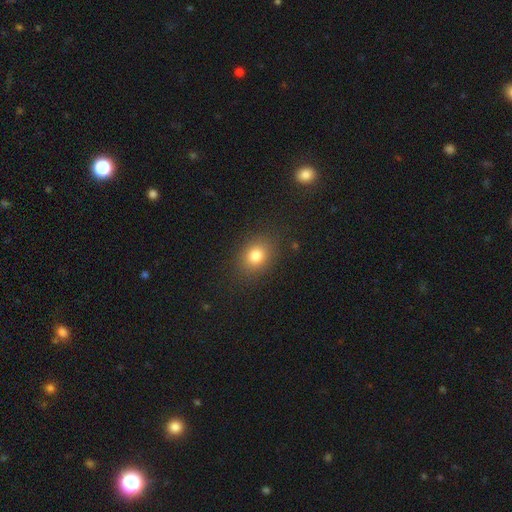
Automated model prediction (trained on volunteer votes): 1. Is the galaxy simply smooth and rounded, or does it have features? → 81% smooth, 12% star or artifact, 8% featured or disk.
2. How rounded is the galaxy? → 52% in between, 47% round, 1% cigar-shaped.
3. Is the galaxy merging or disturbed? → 85% none, 10% minor disturbance, 4% major disturbance, 1% merger.